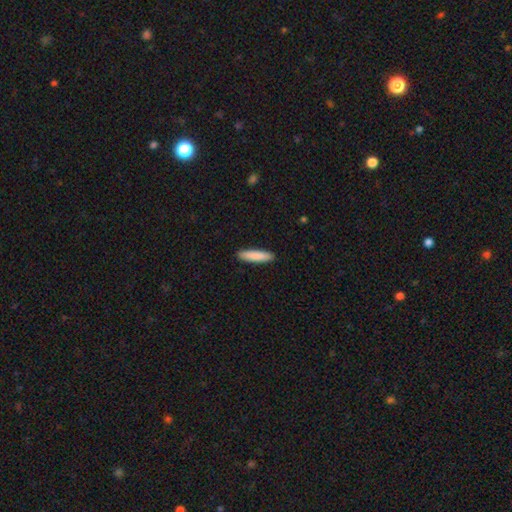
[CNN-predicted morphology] Q: Smooth or featured?
A: smooth (87%); runner-up: featured or disk (8%)
Q: How rounded?
A: cigar-shaped (82%); runner-up: in between (17%)
Q: Merging?
A: none (91%); runner-up: minor disturbance (6%)